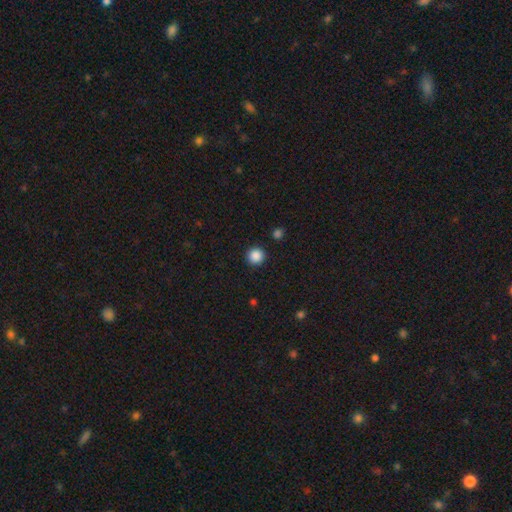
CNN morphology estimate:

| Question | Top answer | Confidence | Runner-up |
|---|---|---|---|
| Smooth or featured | smooth | 88% | star or artifact (10%) |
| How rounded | round | 95% | in between (4%) |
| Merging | none | 92% | minor disturbance (5%) |